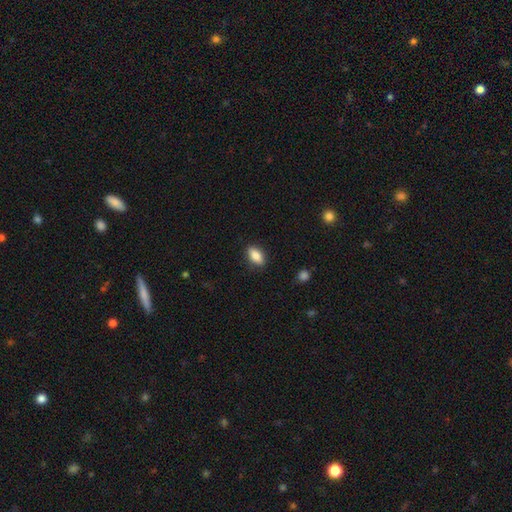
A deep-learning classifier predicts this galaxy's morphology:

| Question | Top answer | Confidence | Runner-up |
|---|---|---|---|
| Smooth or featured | smooth | 85% | featured or disk (8%) |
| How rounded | in between | 87% | cigar-shaped (8%) |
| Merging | none | 86% | minor disturbance (11%) |